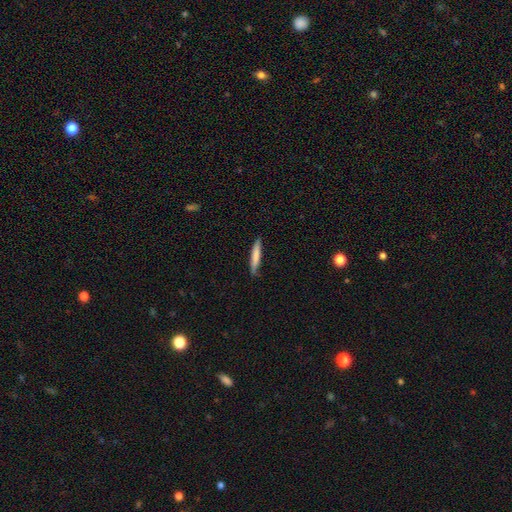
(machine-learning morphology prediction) smooth_or_featured: smooth (p=0.75) [alt: featured or disk p=0.20]
how_rounded: cigar-shaped (p=0.93) [alt: in between p=0.06]
merging: none (p=0.79) [alt: minor disturbance p=0.17]